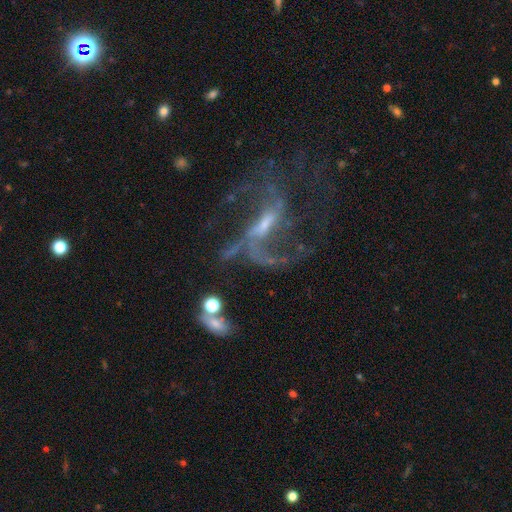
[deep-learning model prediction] This is clearly a featured or disk galaxy (84%). It is clearly not viewed edge-on (95%). Bar: marginally weak (44%). Spiral arm pattern: clearly yes (90%). Spiral arm count: possibly 2 (60%). Spiral winding: possibly loose (56%). Central bulge: possibly small (57%). Merging: marginally none (44%).